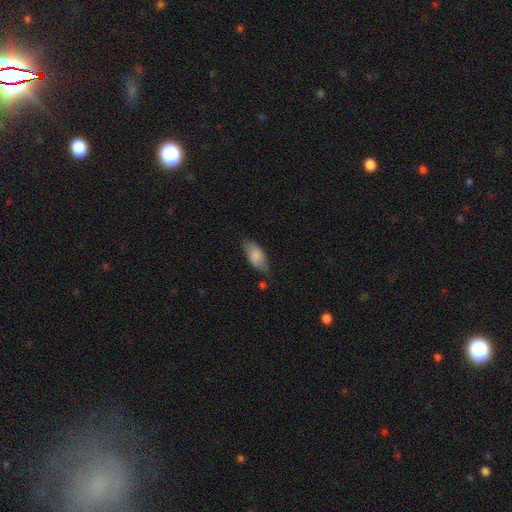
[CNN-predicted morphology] Q: Smooth or featured?
A: smooth (81%); runner-up: featured or disk (13%)
Q: How rounded?
A: in between (86%); runner-up: cigar-shaped (12%)
Q: Merging?
A: none (71%); runner-up: minor disturbance (21%)